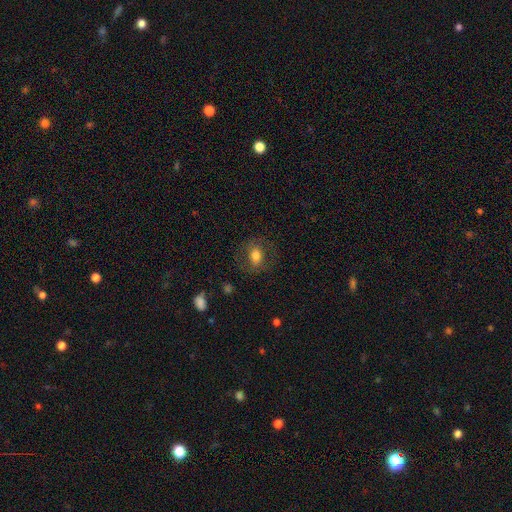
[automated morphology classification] Smooth or featured?
  - smooth: 65% *
  - featured or disk: 25%
  - star or artifact: 10%
How rounded?
  - in between: 57% *
  - round: 41%
  - cigar-shaped: 2%
Merging?
  - none: 75% *
  - minor disturbance: 14%
  - major disturbance: 10%
  - merger: 1%